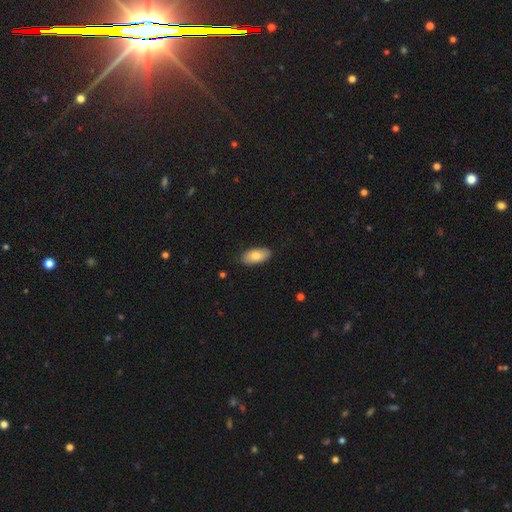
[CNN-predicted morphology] smooth 81%, featured or disk 13%, star or artifact 6%. Down the decision tree: how rounded — in between (92%); merging — none (87%).